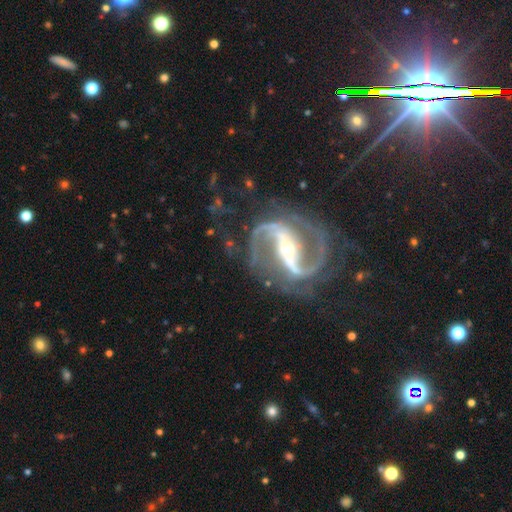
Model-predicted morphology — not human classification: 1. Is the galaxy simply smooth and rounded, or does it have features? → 91% featured or disk, 6% star or artifact, 2% smooth.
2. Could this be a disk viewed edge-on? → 97% no, 3% yes.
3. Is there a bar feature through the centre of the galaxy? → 76% strong, 17% weak, 7% no.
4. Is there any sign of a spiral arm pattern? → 98% yes, 2% no.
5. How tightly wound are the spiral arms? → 57% medium, 23% tight, 20% loose.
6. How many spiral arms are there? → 93% 2, 2% can't tell, 2% 3, 1% 1, 1% 4, 1% more than 4.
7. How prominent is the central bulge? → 57% small, 39% moderate, 2% large, 1% none, 1% dominant.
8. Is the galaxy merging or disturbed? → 77% none, 13% minor disturbance, 8% major disturbance, 2% merger.